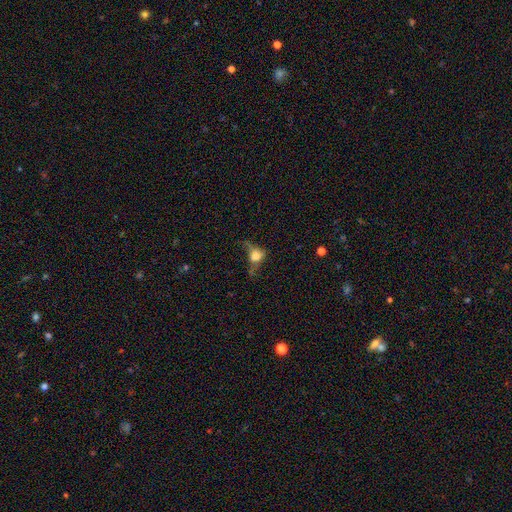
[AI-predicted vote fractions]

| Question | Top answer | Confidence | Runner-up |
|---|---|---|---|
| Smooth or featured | smooth | 57% | featured or disk (28%) |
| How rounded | in between | 49% | round (45%) |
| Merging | major disturbance | 40% | none (31%) |